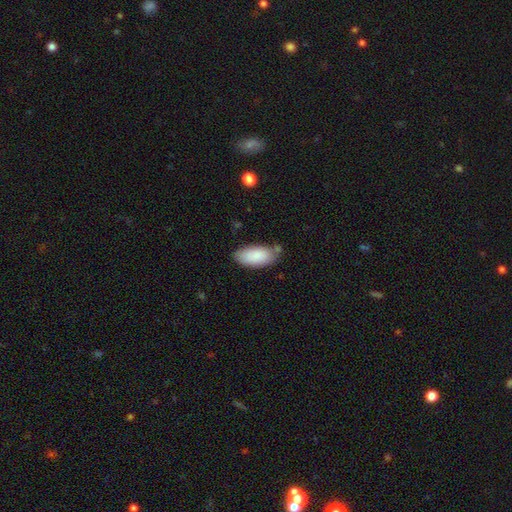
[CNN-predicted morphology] smooth 88%, featured or disk 6%, star or artifact 6%. Down the decision tree: how rounded — in between (92%); merging — none (71%).